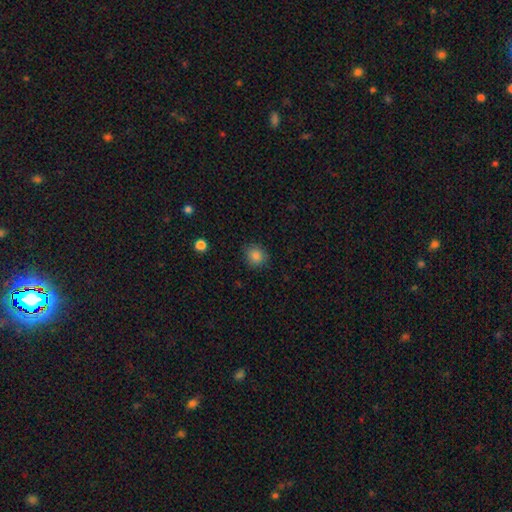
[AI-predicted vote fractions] Smooth or featured: smooth — 86% (star or artifact — 10%)
How rounded: round — 83% (in between — 16%)
Merging: none — 87% (minor disturbance — 9%)